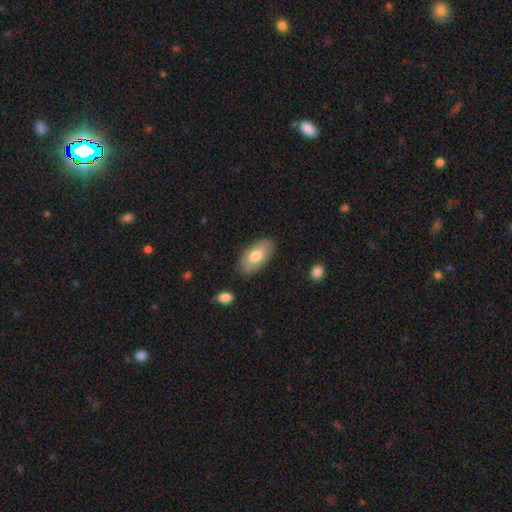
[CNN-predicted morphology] Smooth or featured?
  - smooth: 75% *
  - featured or disk: 20%
  - star or artifact: 6%
How rounded?
  - in between: 94% *
  - cigar-shaped: 3%
  - round: 3%
Merging?
  - none: 83% *
  - minor disturbance: 12%
  - major disturbance: 3%
  - merger: 2%